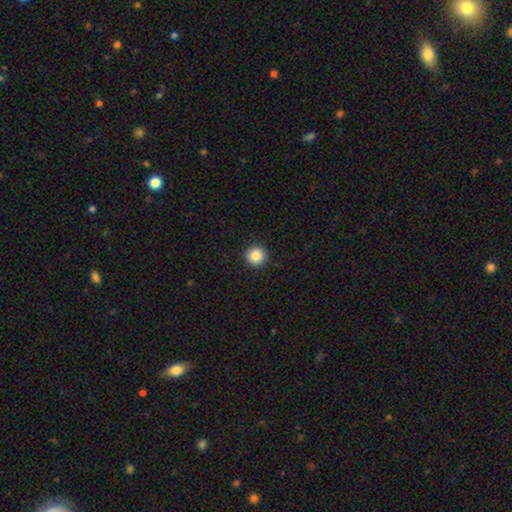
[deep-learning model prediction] Morphology: type=smooth (87%); roundness=round (96%); merging=none (92%).